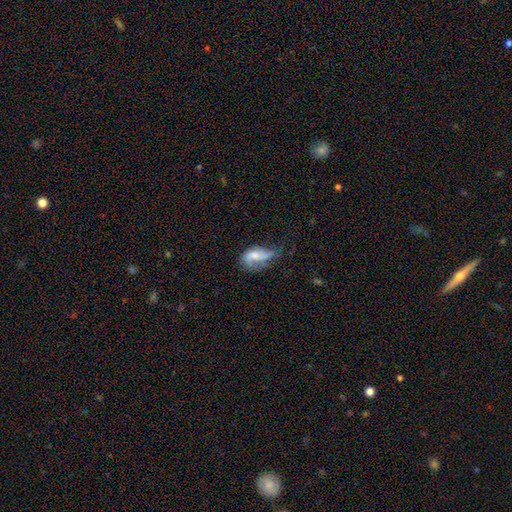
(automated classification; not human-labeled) A featured or disk galaxy (51%). Merging: major disturbance (39%).